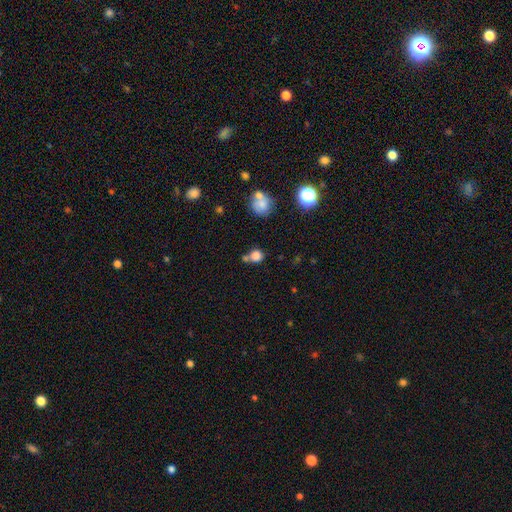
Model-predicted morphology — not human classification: smooth 80%, star or artifact 13%, featured or disk 7%. Down the decision tree: how rounded — round (76%); merging — none (50%).